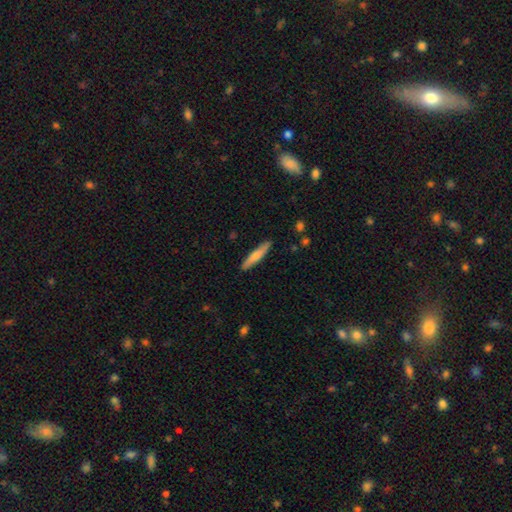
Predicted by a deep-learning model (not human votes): Q: Smooth or featured?
A: smooth (63%); runner-up: featured or disk (32%)
Q: How rounded?
A: cigar-shaped (90%); runner-up: in between (8%)
Q: Merging?
A: none (89%); runner-up: minor disturbance (8%)